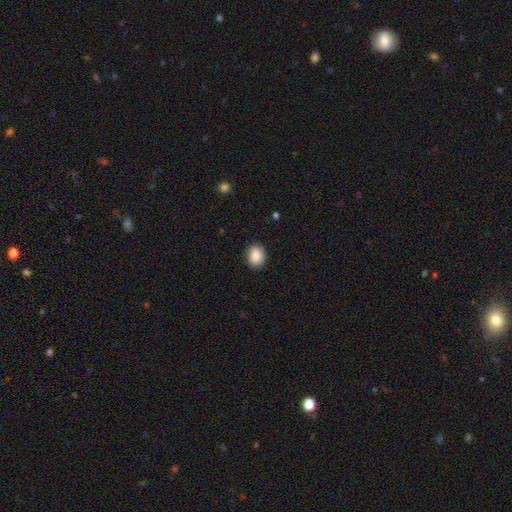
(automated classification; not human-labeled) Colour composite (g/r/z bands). It shows a smooth galaxy with no disk features (89%) that is in between round and cigar-shaped (50%). Merging: none (90%).